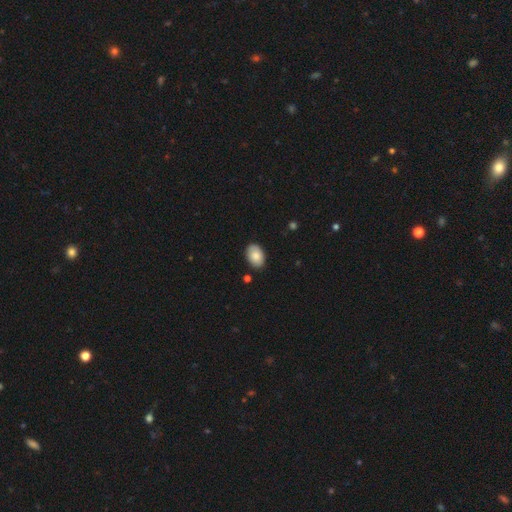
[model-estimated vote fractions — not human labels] Smooth or featured: smooth — 85% (featured or disk — 9%)
How rounded: in between — 86% (round — 13%)
Merging: none — 85% (minor disturbance — 11%)